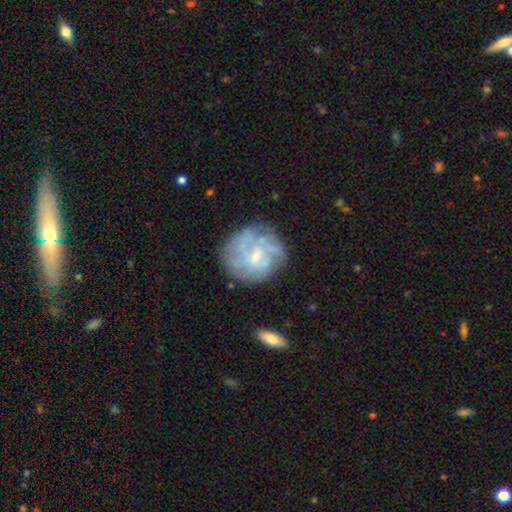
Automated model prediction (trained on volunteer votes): This appears to be a featured or disk galaxy (67%) with no bar (56%), spiral arms (69%) and a small central bulge (53%). Merging: none (69%).